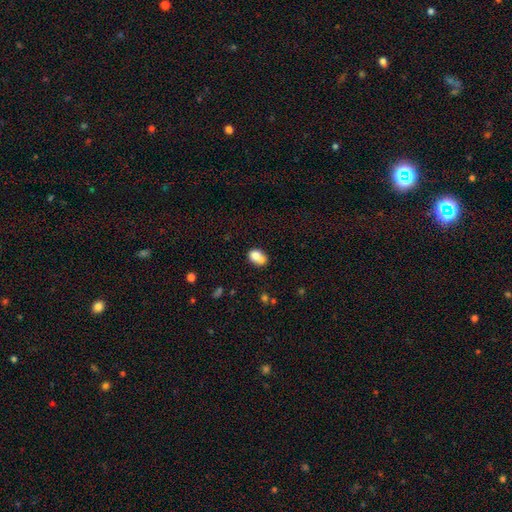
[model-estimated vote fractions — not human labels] A smooth galaxy with no disk features (77%) that is in between round and cigar-shaped (66%). Merging: merger (42%).